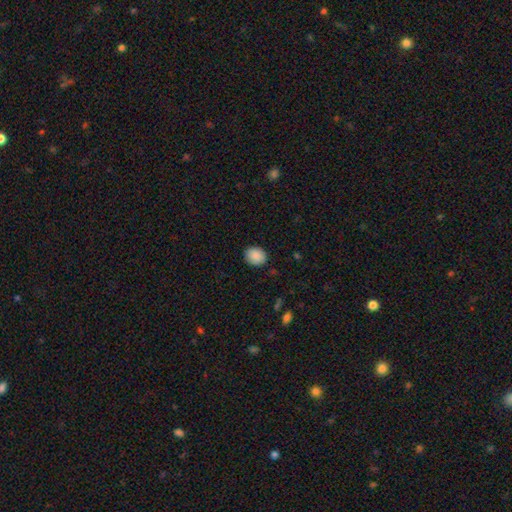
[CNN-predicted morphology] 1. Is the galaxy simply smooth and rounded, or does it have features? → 89% smooth, 8% star or artifact, 3% featured or disk.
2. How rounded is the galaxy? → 60% round, 39% in between, 1% cigar-shaped.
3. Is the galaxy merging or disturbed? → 87% none, 9% minor disturbance, 2% major disturbance, 1% merger.